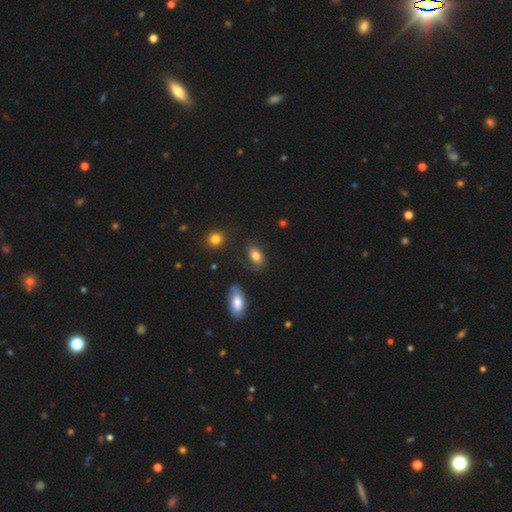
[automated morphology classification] This is likely a smooth galaxy (76%). How rounded: clearly in between (86%). Merging: likely none (61%).